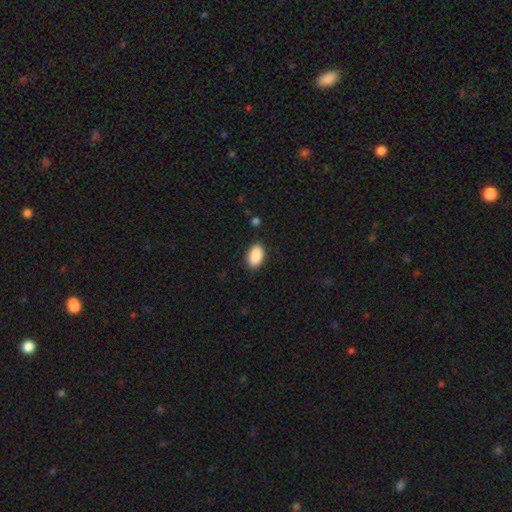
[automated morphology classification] type=smooth (90%); roundness=in between (93%); merging=none (88%).